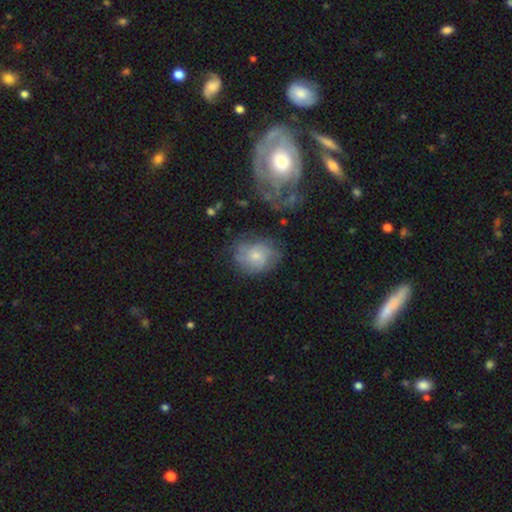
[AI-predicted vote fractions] Smooth or featured?
  - smooth: 47% *
  - featured or disk: 45%
  - star or artifact: 8%
Merging?
  - none: 55% *
  - minor disturbance: 24%
  - major disturbance: 15%
  - merger: 5%